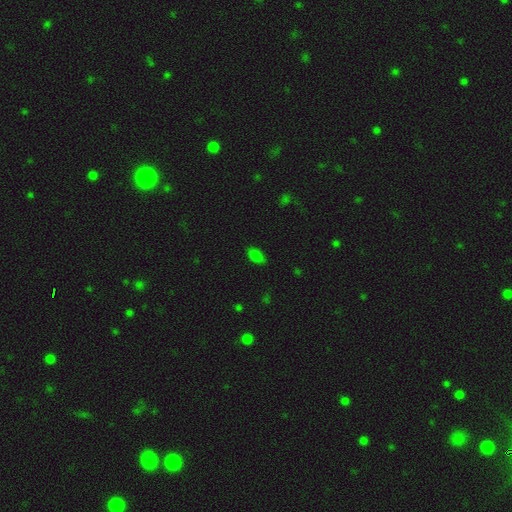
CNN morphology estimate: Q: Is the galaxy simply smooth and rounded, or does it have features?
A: smooth — 81%.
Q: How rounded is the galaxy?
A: in between — 92%.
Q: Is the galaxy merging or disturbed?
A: none — 84%.